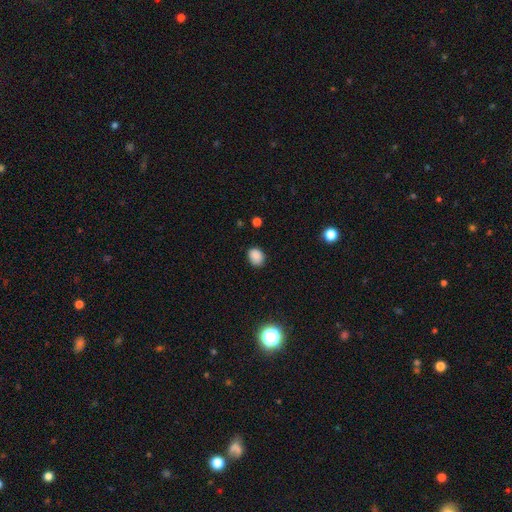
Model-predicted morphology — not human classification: Smooth or featured? Predicted: smooth (p=0.86). How rounded? Predicted: in between (p=0.55). Merging? Predicted: none (p=0.83).